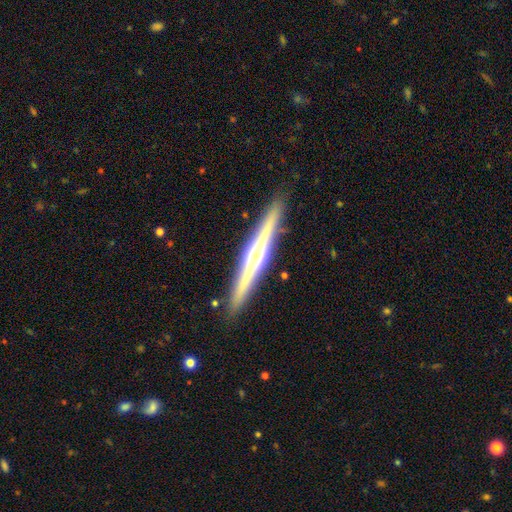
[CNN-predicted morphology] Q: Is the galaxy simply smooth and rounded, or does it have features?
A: featured or disk — 73%.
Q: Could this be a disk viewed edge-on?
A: yes — 98%.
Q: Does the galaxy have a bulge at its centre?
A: rounded — 78%.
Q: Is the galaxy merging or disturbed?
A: none — 91%.